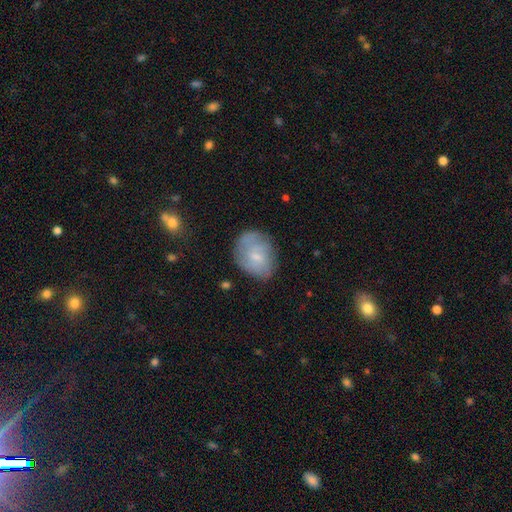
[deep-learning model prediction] The model was most divided on "smooth or featured": smooth: 52%, featured or disk: 39%, star or artifact: 9%. More confident: merging — none (67%); how rounded — in between (63%).